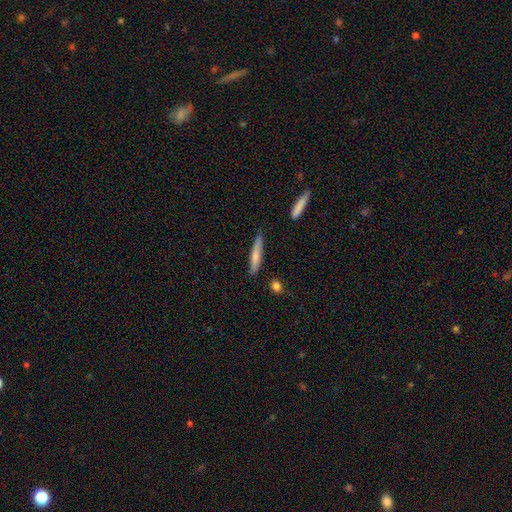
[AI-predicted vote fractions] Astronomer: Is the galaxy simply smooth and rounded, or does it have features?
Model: smooth — 71%.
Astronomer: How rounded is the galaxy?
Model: cigar-shaped — 91%.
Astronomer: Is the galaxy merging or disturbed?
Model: none — 76%.